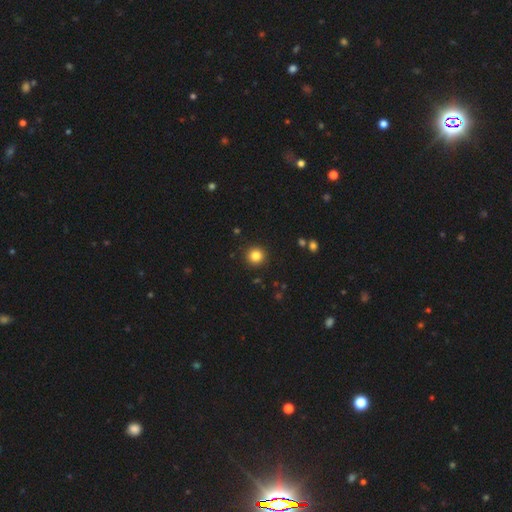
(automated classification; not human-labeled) smooth-or-featured: smooth: 83% | star or artifact: 11% | featured or disk: 5%
  how-rounded: round: 95% | in between: 4% | cigar-shaped: 1%
  merging: none: 92% | minor disturbance: 5% | major disturbance: 2% | merger: 1%